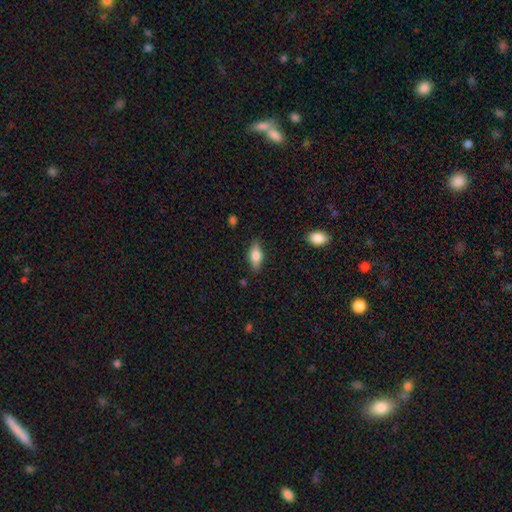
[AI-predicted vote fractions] The model was most divided on "smooth or featured": smooth: 67%, featured or disk: 26%, star or artifact: 7%. More confident: merging — none (83%); how rounded — in between (80%).